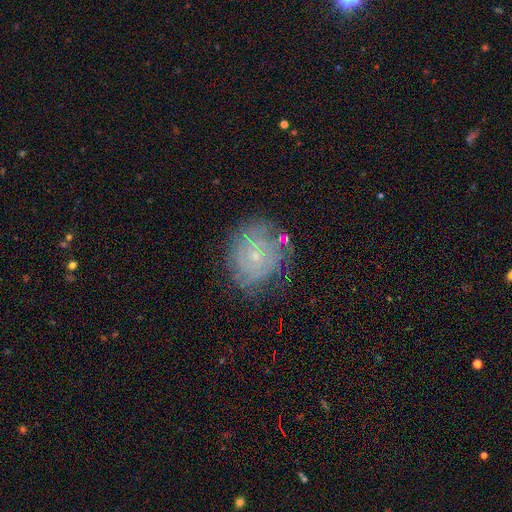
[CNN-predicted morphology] featured or disk 69%, smooth 20%, star or artifact 11%. Down the decision tree: edge-on disk — no (97%); bar — no (80%); spiral arms — yes (83%); spiral arm count — can't tell (52%); spiral winding — tight (75%); bulge size — small (82%); merging — none (68%).